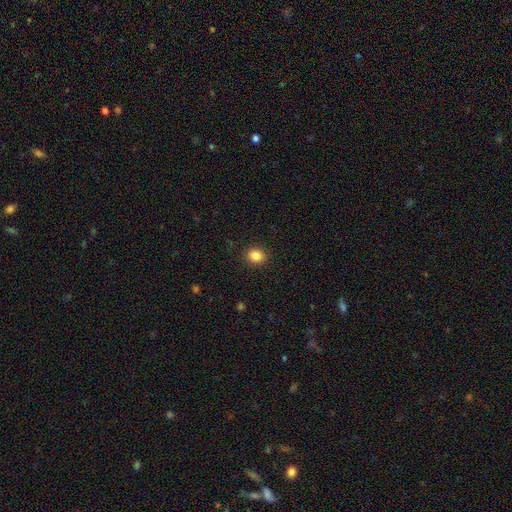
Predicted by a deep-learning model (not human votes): Q: Smooth or featured?
A: smooth (85%); runner-up: star or artifact (10%)
Q: How rounded?
A: round (70%); runner-up: in between (29%)
Q: Merging?
A: none (91%); runner-up: minor disturbance (6%)